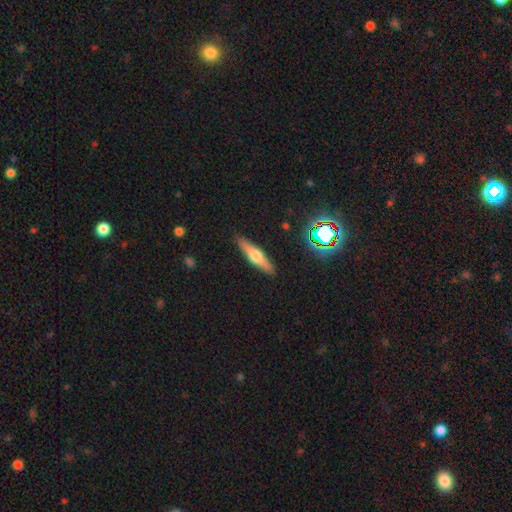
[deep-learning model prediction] This appears to be a featured or disk galaxy (50%). Merging: none (90%).